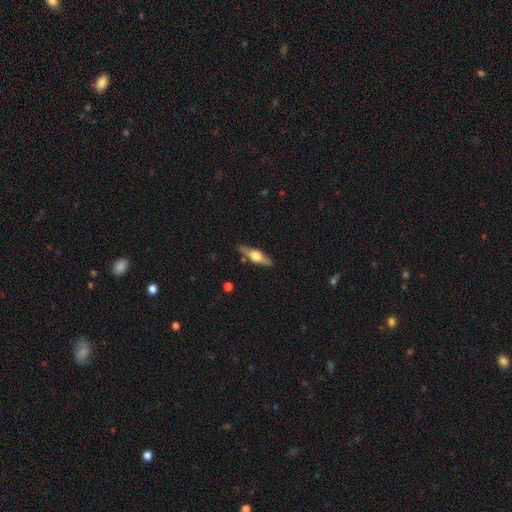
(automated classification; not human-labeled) Smooth or featured? featured or disk (62%)
Edge-on disk? yes (94%)
Edge-on bulge? rounded (93%)
Merging? none (83%)